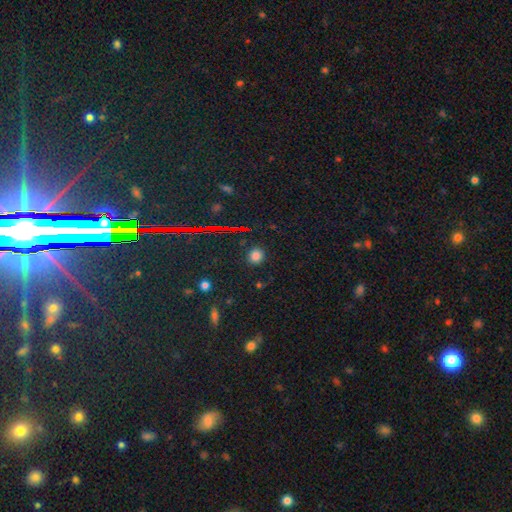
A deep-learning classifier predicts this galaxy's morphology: Smooth or featured? Predicted: smooth (p=0.78). How rounded? Predicted: round (p=0.82). Merging? Predicted: none (p=0.88).